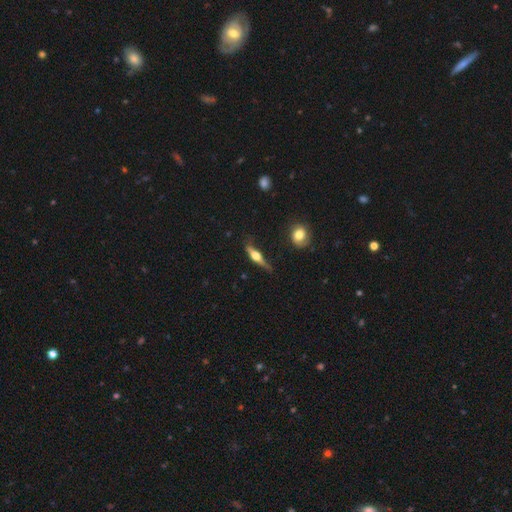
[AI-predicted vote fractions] A featured or disk galaxy (66%) viewed edge-on (94%) with a rounded central bulge (93%).

Vote fractions:
- Smooth or featured? featured or disk: 66% / smooth: 28% / star or artifact: 6%
- Edge-on disk? yes: 94% / no: 6%
- Edge-on bulge? rounded: 93% / boxy: 5% / none: 2%
- Merging? none: 70% / minor disturbance: 20% / major disturbance: 8% / merger: 3%